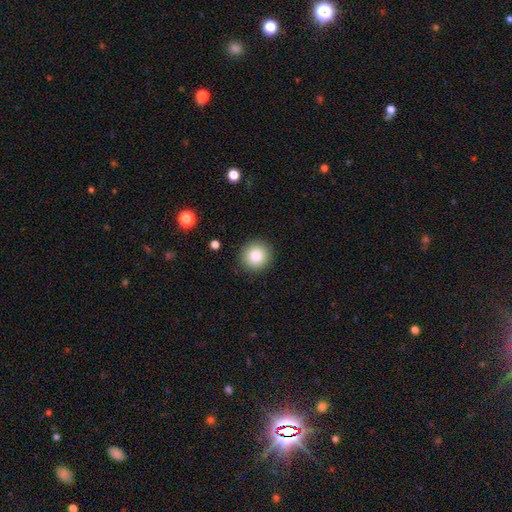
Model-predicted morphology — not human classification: Smooth or featured: smooth — 84% (star or artifact — 9%)
How rounded: round — 93% (in between — 6%)
Merging: none — 91% (minor disturbance — 6%)